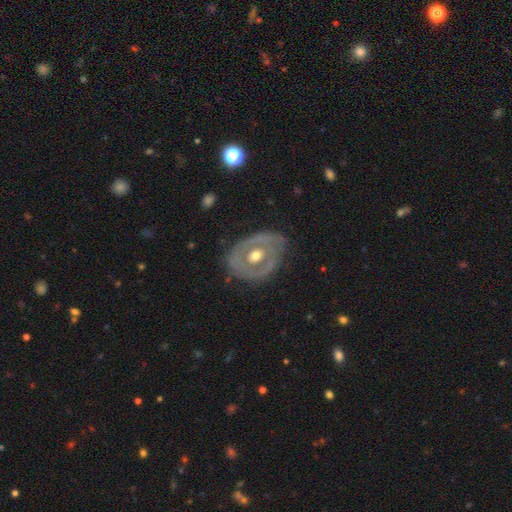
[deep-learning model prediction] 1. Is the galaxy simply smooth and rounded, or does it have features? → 72% featured or disk, 23% smooth, 5% star or artifact.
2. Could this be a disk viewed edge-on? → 94% no, 6% yes.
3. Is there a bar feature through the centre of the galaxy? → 78% no, 17% weak, 6% strong.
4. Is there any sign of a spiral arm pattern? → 66% no, 34% yes.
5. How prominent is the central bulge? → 77% moderate, 13% small, 7% large, 1% dominant, 1% none.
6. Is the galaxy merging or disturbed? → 70% none, 21% minor disturbance, 8% major disturbance, 2% merger.